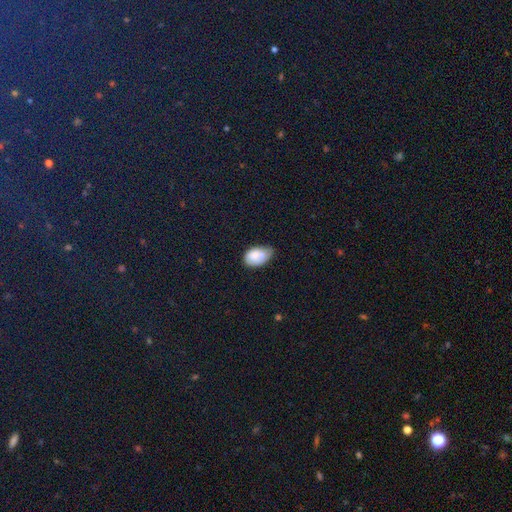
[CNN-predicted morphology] smooth-or-featured: smooth: 82% | featured or disk: 10% | star or artifact: 8%
  how-rounded: in between: 89% | round: 9% | cigar-shaped: 1%
  merging: minor disturbance: 47% | none: 41% | major disturbance: 9% | merger: 3%